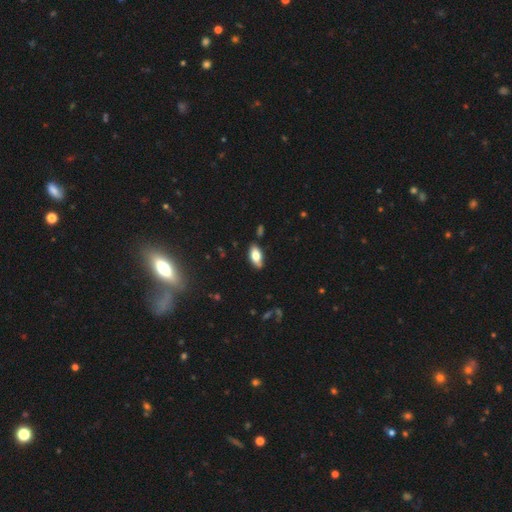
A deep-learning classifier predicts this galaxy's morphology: A smooth galaxy with no disk features (74%) that is in between round and cigar-shaped (88%). Merging: none (82%).